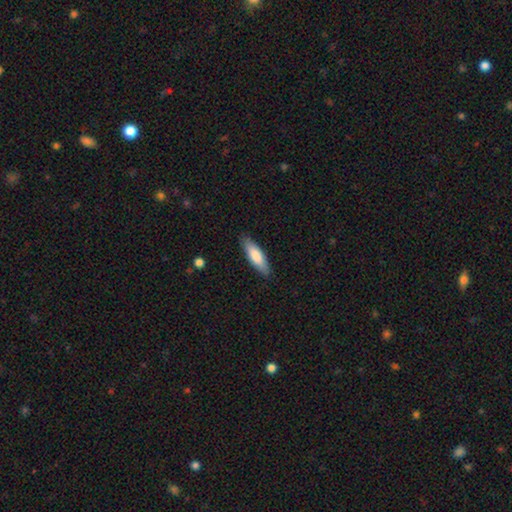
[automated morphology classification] smooth-or-featured: smooth: 78% | featured or disk: 17% | star or artifact: 5%
  how-rounded: cigar-shaped: 53% | in between: 45% | round: 1%
  merging: none: 87% | minor disturbance: 10% | major disturbance: 2% | merger: 1%